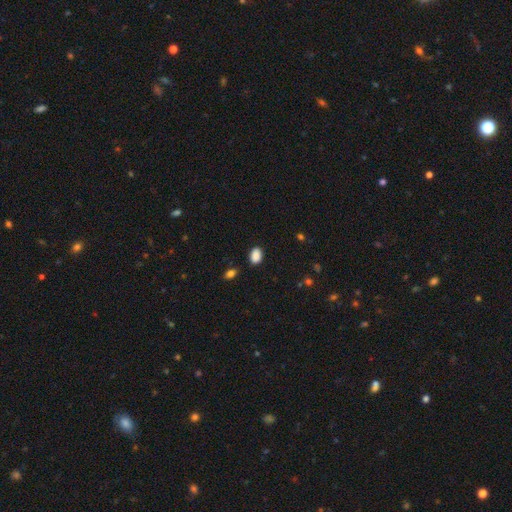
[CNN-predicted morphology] smooth 88%, star or artifact 9%, featured or disk 3%. Down the decision tree: how rounded — in between (79%); merging — none (85%).